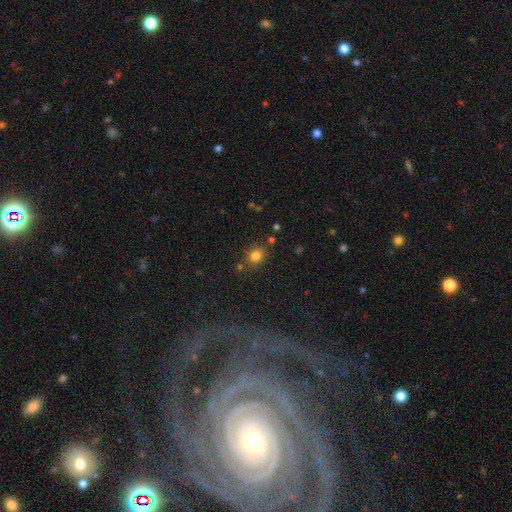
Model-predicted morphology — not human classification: Smooth or featured? Predicted: smooth (p=0.80). How rounded? Predicted: round (p=0.67). Merging? Predicted: none (p=0.76).